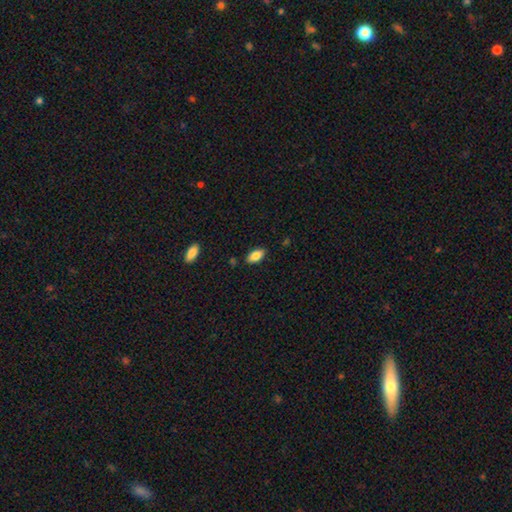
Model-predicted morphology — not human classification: Q: Smooth or featured?
A: smooth (83%); runner-up: featured or disk (9%)
Q: How rounded?
A: in between (91%); runner-up: cigar-shaped (6%)
Q: Merging?
A: none (85%); runner-up: minor disturbance (11%)